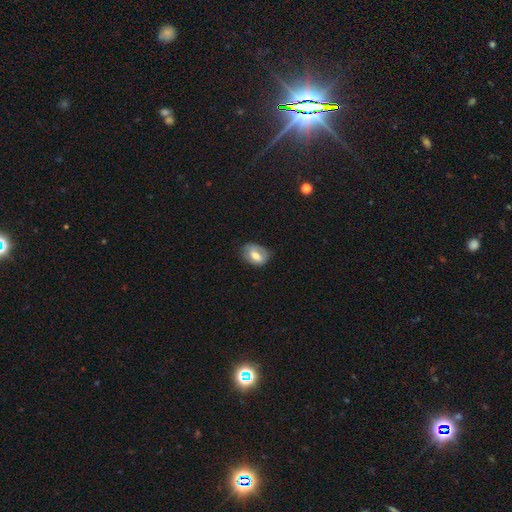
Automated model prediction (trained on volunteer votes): smooth-or-featured: smooth: 55% | featured or disk: 37% | star or artifact: 8%
  how-rounded: in between: 76% | round: 23% | cigar-shaped: 1%
  merging: none: 65% | minor disturbance: 26% | major disturbance: 8% | merger: 1%